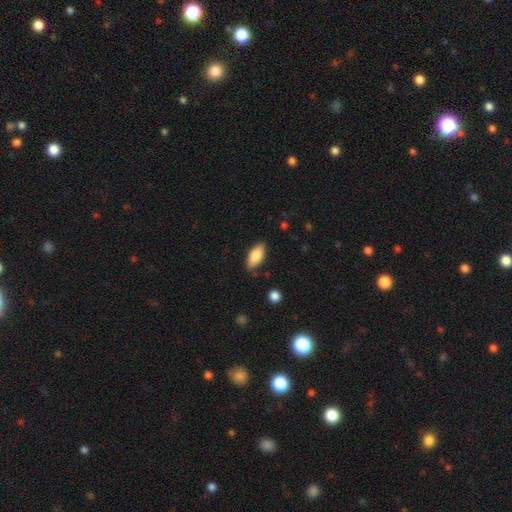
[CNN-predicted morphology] Smooth or featured: smooth — 83% (featured or disk — 10%)
How rounded: in between — 88% (cigar-shaped — 10%)
Merging: none — 80% (minor disturbance — 15%)